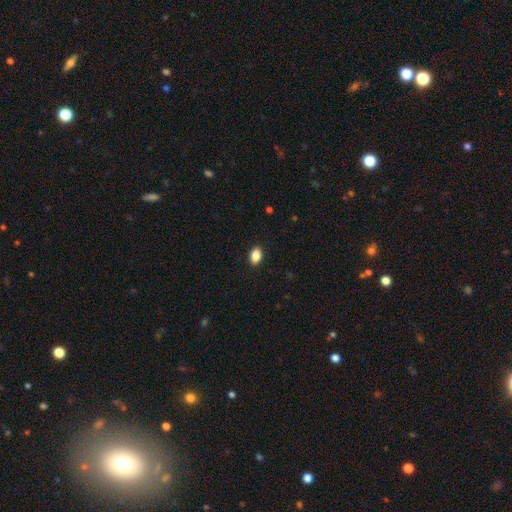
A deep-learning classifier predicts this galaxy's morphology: type=smooth (88%); roundness=in between (87%); merging=none (90%).